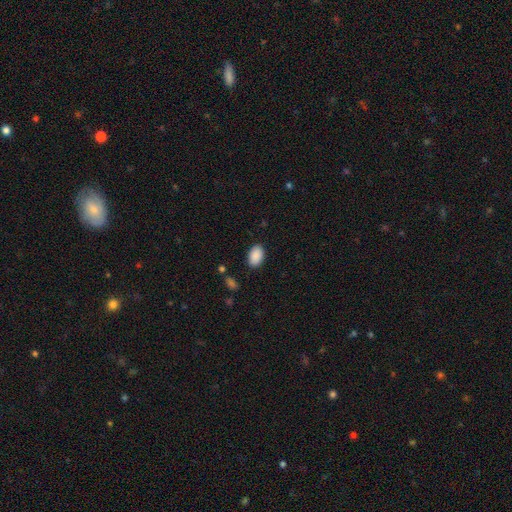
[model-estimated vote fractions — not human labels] smooth 90%, star or artifact 7%, featured or disk 3%. Down the decision tree: how rounded — in between (91%); merging — none (87%).